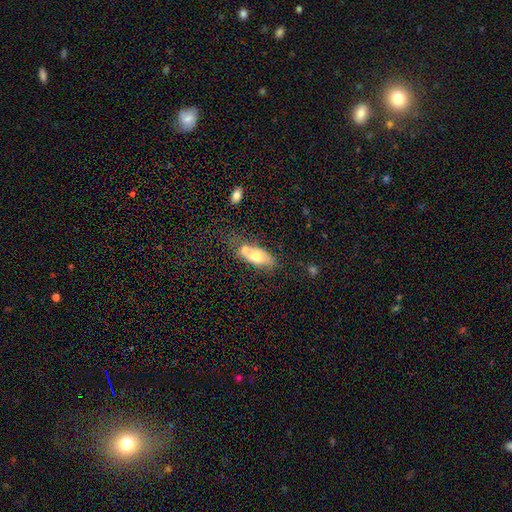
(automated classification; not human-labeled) Smooth or featured? Predicted: smooth (p=0.66). How rounded? Predicted: in between (p=0.81). Merging? Predicted: merger (p=0.39).